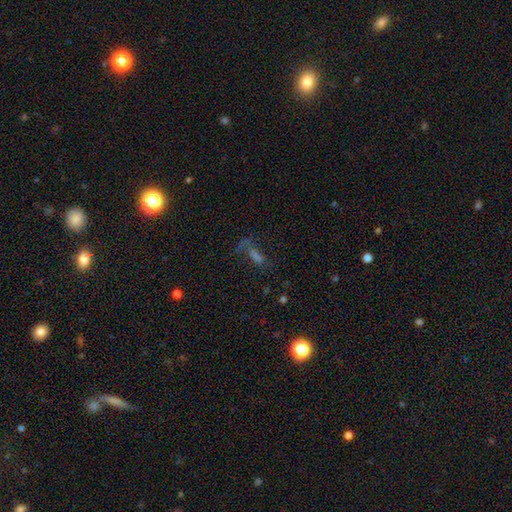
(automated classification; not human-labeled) Morphology: type=smooth (38%); merging=none (46%).